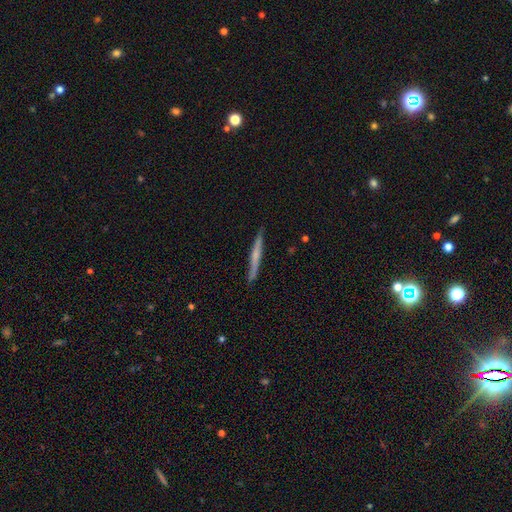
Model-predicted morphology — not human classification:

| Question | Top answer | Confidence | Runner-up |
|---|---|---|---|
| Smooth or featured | featured or disk | 51% | smooth (43%) |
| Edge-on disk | yes | 96% | no (4%) |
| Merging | none | 86% | minor disturbance (11%) |